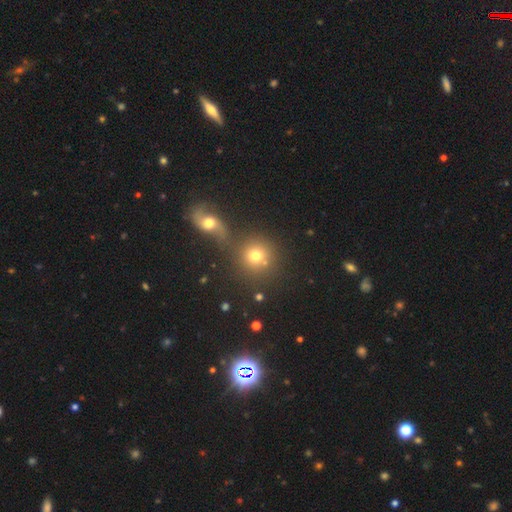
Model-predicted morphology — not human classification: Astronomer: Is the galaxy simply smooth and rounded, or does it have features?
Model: smooth — 74%.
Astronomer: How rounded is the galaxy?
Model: round — 88%.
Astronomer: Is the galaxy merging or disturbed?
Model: none — 59%.